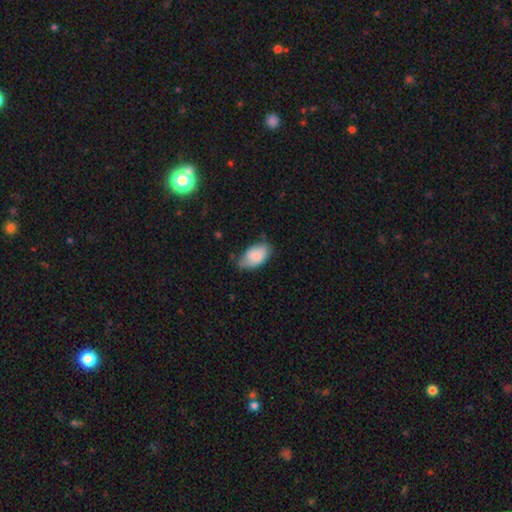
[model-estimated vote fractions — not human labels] smooth_or_featured: smooth (p=0.84) [alt: featured or disk p=0.10]
how_rounded: in between (p=0.94) [alt: round p=0.04]
merging: none (p=0.56) [alt: minor disturbance p=0.36]